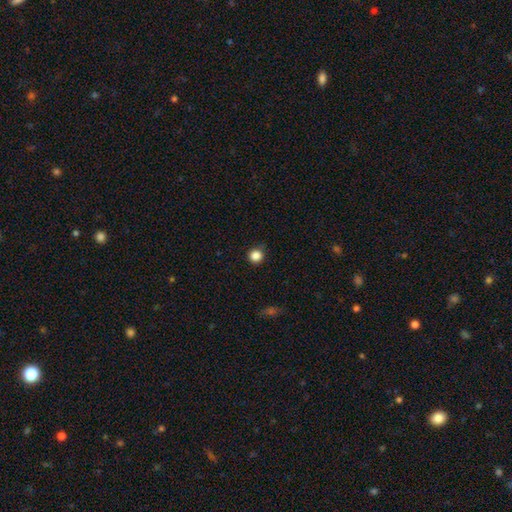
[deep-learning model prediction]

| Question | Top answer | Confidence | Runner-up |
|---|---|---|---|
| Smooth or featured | smooth | 85% | star or artifact (12%) |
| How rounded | round | 94% | in between (5%) |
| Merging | none | 88% | minor disturbance (9%) |